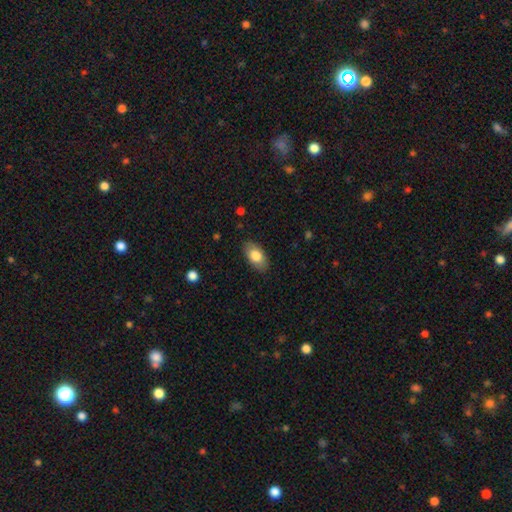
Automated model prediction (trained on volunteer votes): A smooth galaxy with no disk features (81%) that is in between round and cigar-shaped (93%). Merging: none (86%).